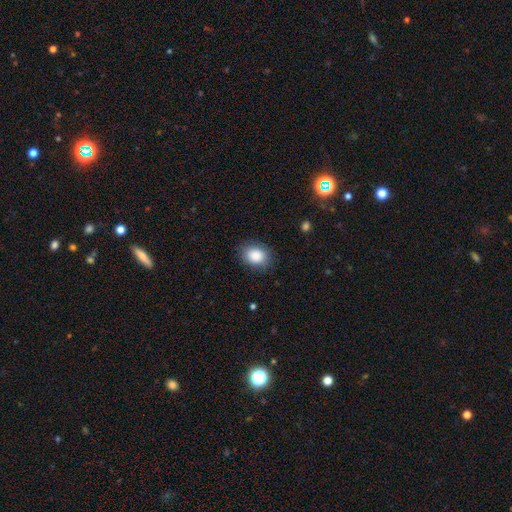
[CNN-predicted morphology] The model was most divided on "how rounded": in between: 58%, round: 41%, cigar-shaped: 1%. More confident: smooth or featured — smooth (86%); merging — none (84%).